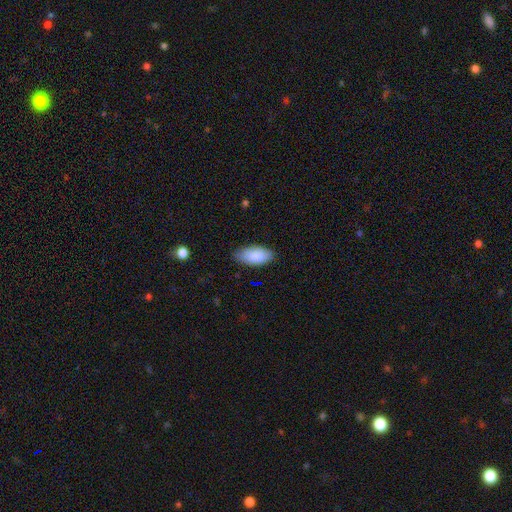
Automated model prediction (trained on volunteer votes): Morphology: type=smooth (88%); roundness=in between (92%); merging=none (80%).